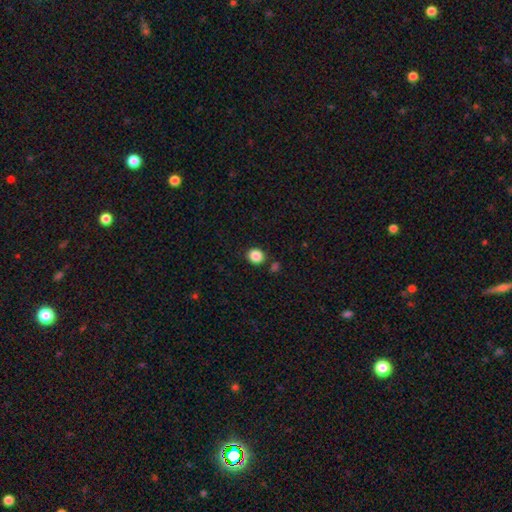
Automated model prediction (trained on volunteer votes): smooth_or_featured: smooth (p=0.87) [alt: star or artifact p=0.10]
how_rounded: round (p=0.82) [alt: in between p=0.17]
merging: none (p=0.86) [alt: minor disturbance p=0.07]